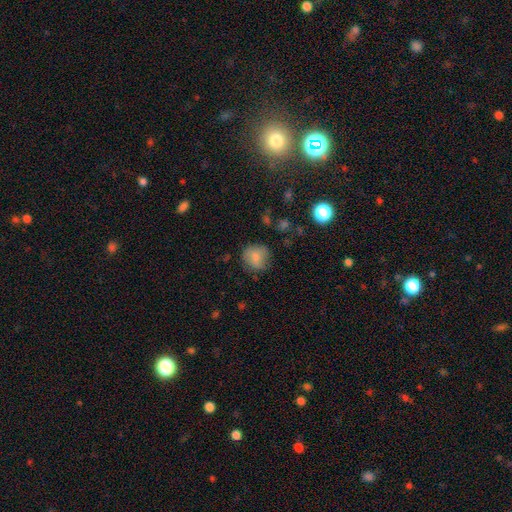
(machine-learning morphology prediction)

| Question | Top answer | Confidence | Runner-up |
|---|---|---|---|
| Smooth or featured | smooth | 78% | featured or disk (12%) |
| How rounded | round | 84% | in between (15%) |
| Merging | none | 74% | minor disturbance (19%) |